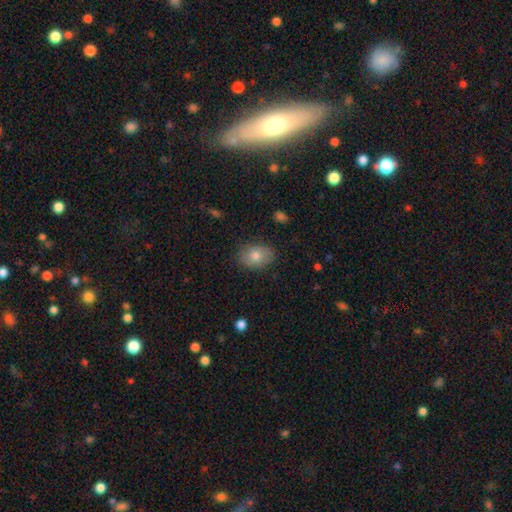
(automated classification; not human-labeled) Morphology: type=smooth (76%); roundness=in between (75%); merging=none (84%).